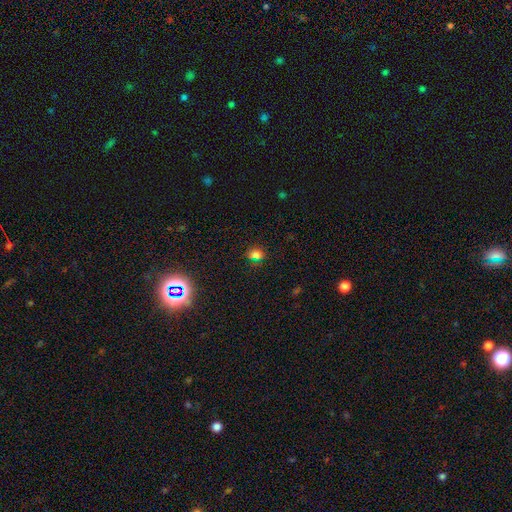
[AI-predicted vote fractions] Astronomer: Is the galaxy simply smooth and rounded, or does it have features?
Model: smooth — 65%.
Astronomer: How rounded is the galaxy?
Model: round — 57% (runner-up: in between, 41%).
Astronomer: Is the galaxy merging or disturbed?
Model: none — 80%.